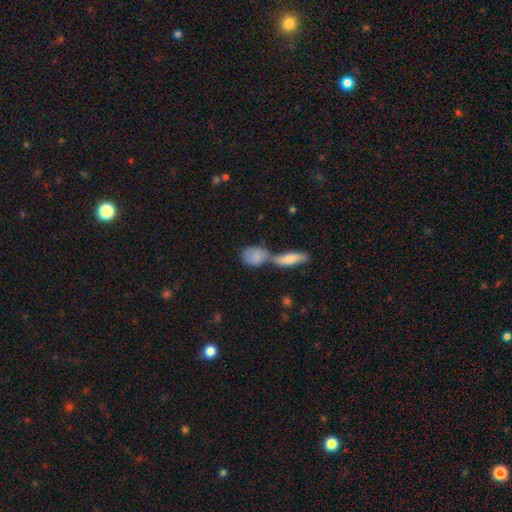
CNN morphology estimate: type=smooth (80%); roundness=in between (67%); merging=merger (61%).